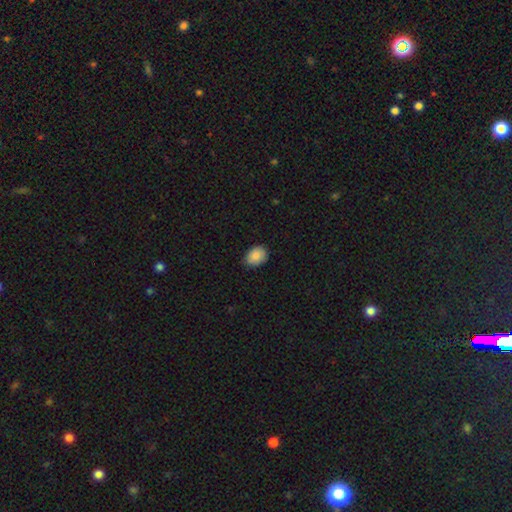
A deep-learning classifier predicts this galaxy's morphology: This appears to be a smooth galaxy with no disk features (86%) that is in between round and cigar-shaped (62%). Merging: none (75%).